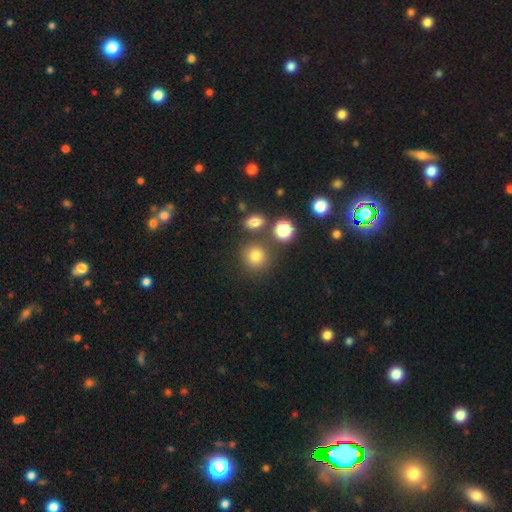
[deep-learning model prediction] A smooth galaxy with no disk features (78%) that is round (86%).

Vote fractions:
- Smooth or featured? smooth: 78% / star or artifact: 16% / featured or disk: 7%
- How rounded? round: 86% / in between: 13% / cigar-shaped: 1%
- Merging? none: 75% / merger: 12% / minor disturbance: 9% / major disturbance: 4%